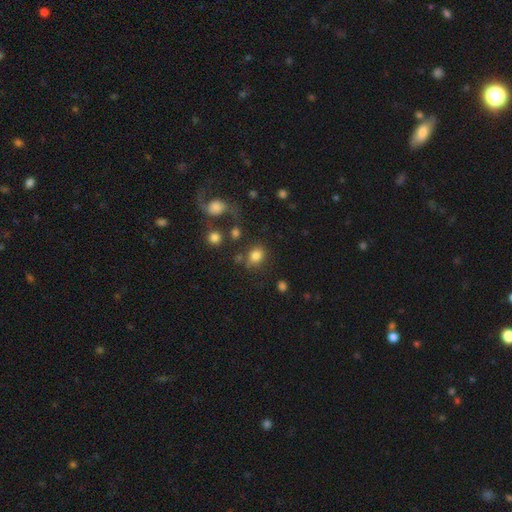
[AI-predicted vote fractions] Morphology: type=smooth (81%); roundness=round (61%); merging=none (68%).